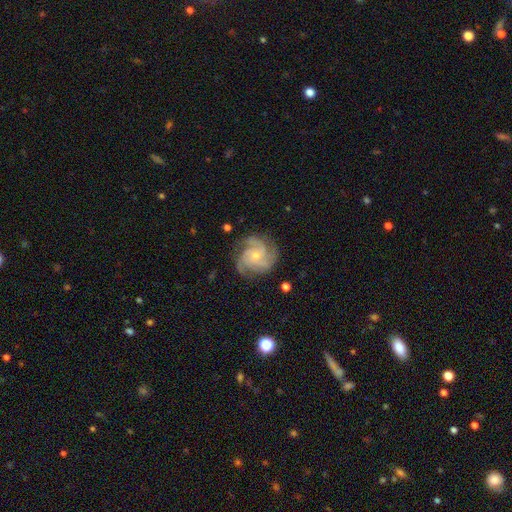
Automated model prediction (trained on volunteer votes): Smooth or featured? Predicted: featured or disk (p=0.89). Edge-on disk? Predicted: no (p=0.98). Bar? Predicted: no (p=0.74). Spiral arms? Predicted: yes (p=0.98). Spiral winding? Predicted: tight (p=0.51). Spiral arm count? Predicted: 3 (p=0.50). Bulge size? Predicted: small (p=0.65). Merging? Predicted: none (p=0.77).